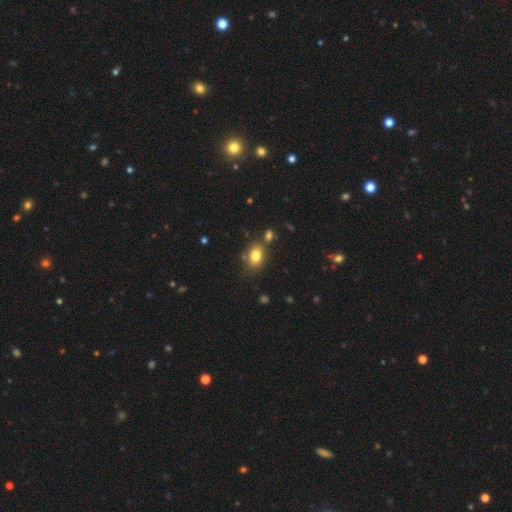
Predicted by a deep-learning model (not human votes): Morphology: type=smooth (81%); roundness=in between (70%); merging=none (68%).